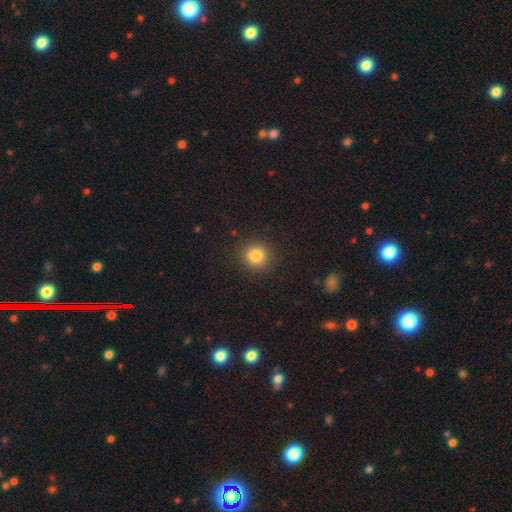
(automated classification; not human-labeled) Morphology: type=smooth (83%); roundness=round (88%); merging=none (89%).